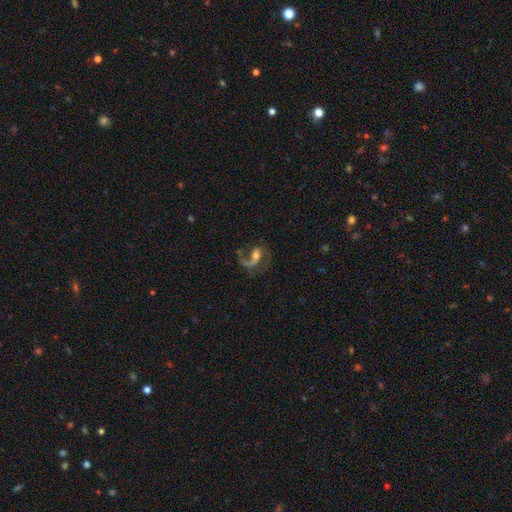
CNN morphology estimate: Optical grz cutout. It shows a featured or disk galaxy (79%) with no bar (40%), 2 (55%) loose (56%) spiral arms (92%) and a moderate central bulge (60%). Merging: none (51%).